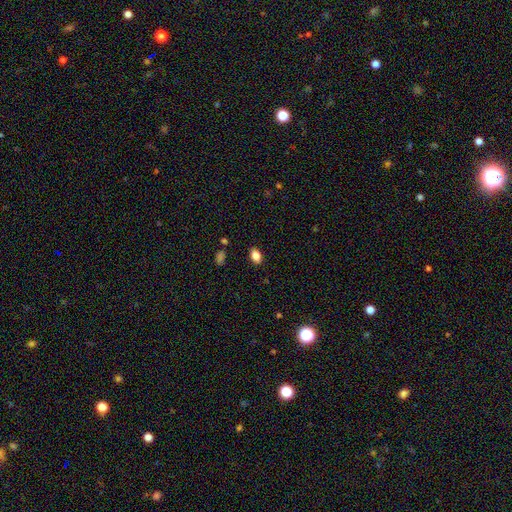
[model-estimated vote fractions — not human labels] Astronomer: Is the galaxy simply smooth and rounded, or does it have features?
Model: smooth — 85%.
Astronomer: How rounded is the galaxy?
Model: in between — 86%.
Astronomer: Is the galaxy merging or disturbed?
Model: none — 87%.